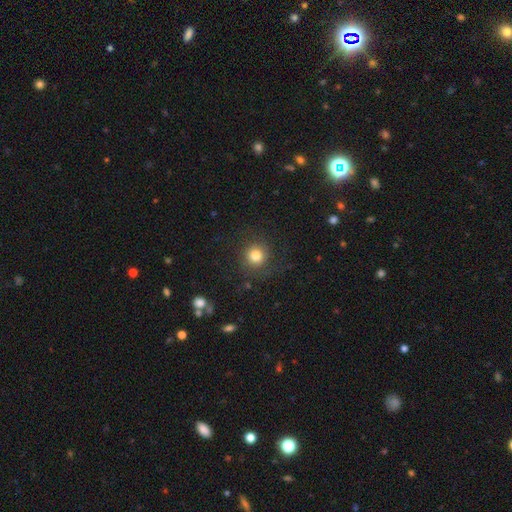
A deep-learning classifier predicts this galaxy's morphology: This appears to be a smooth galaxy with no disk features (79%) that is round (92%). Merging: none (82%).